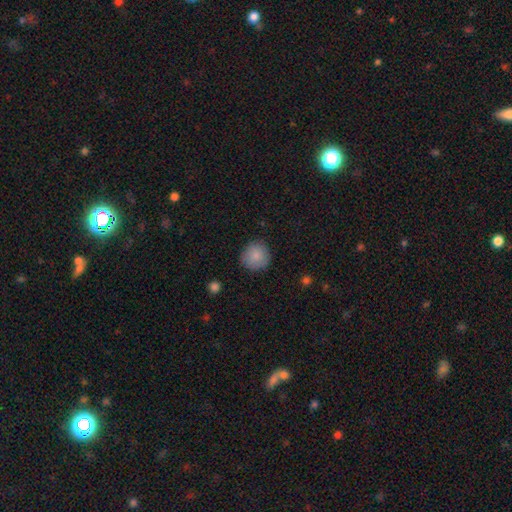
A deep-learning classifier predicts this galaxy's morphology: A smooth galaxy with no disk features (86%) that is round (93%).

Vote fractions:
- Smooth or featured? smooth: 86% / star or artifact: 7% / featured or disk: 6%
- How rounded? round: 93% / in between: 6% / cigar-shaped: 1%
- Merging? none: 86% / minor disturbance: 10% / major disturbance: 2% / merger: 1%